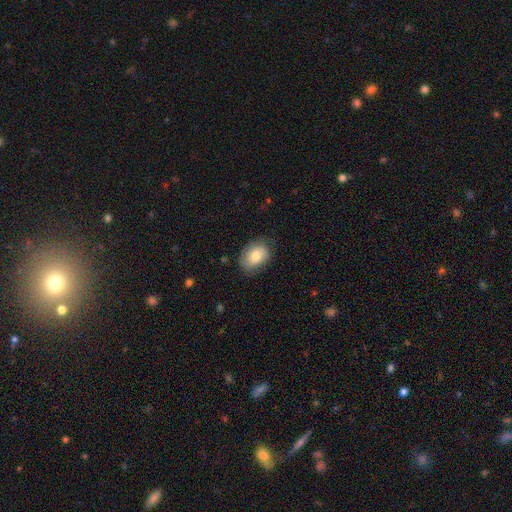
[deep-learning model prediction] Smooth or featured? smooth (79%)
How rounded? in between (77%)
Merging? none (74%)